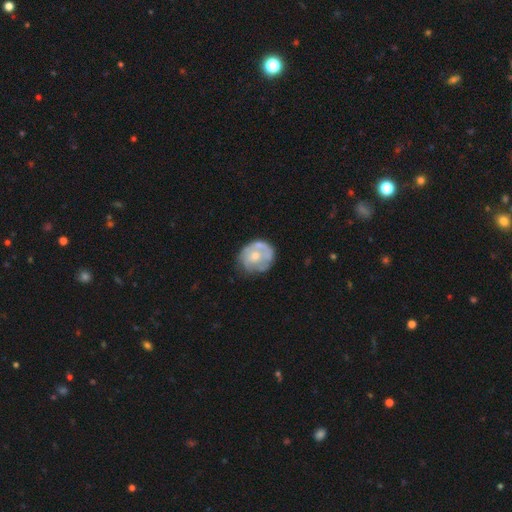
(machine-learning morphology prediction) The model was most divided on "bulge size": moderate: 48%, small: 46%, none: 3%, large: 3%, dominant: 1%. More confident: edge-on disk — no (98%); bar — no (86%); spiral arms — no (56%); merging — none (55%); smooth or featured — featured or disk (55%).